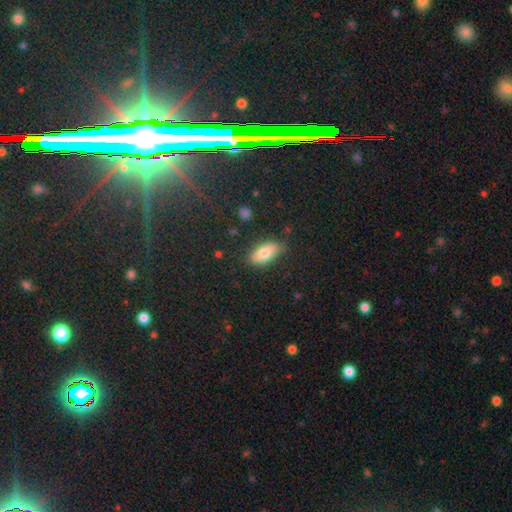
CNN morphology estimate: smooth_or_featured: smooth (p=0.53) [alt: star or artifact p=0.31]
how_rounded: in between (p=0.84) [alt: round p=0.09]
merging: none (p=0.85) [alt: minor disturbance p=0.10]